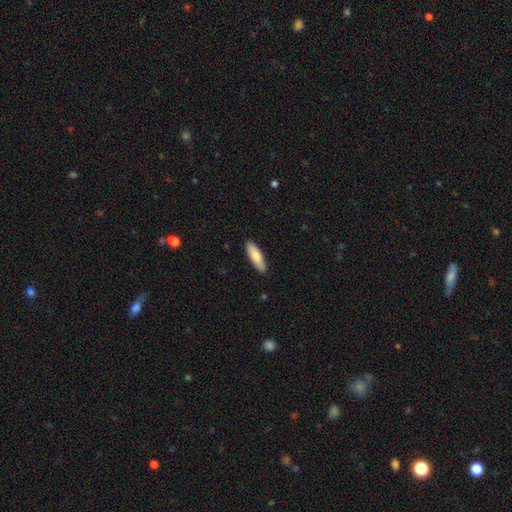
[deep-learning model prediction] Smooth or featured? Predicted: smooth (p=0.78). How rounded? Predicted: cigar-shaped (p=0.54). Merging? Predicted: none (p=0.90).